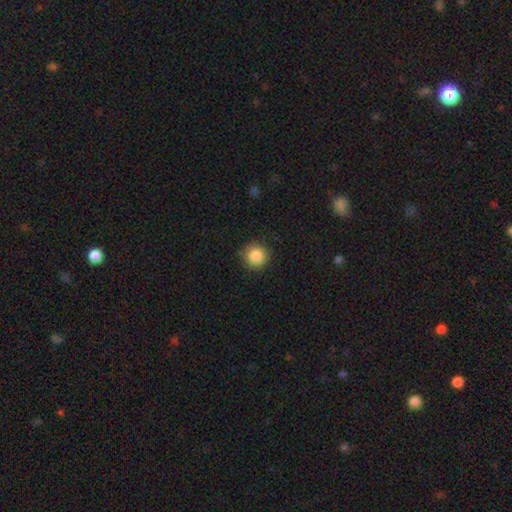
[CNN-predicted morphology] type=smooth (88%); roundness=round (94%); merging=none (88%).